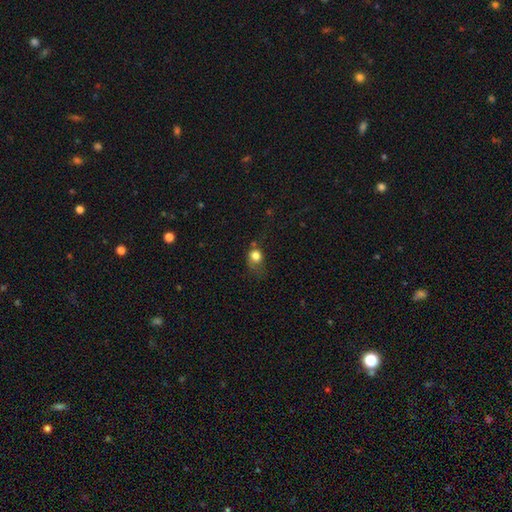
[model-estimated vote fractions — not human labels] This is likely a smooth galaxy (79%). How rounded: likely round (70%). Merging: marginally none (38%).